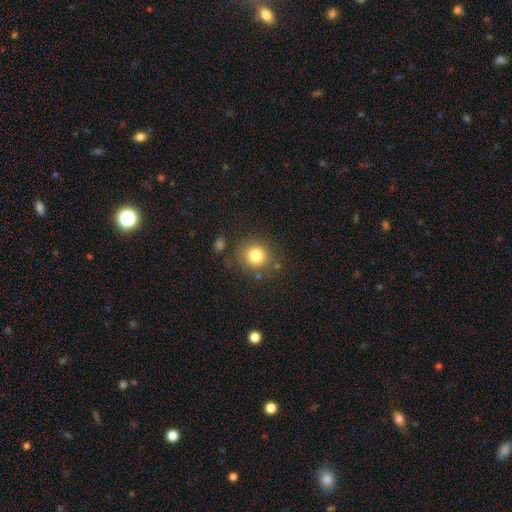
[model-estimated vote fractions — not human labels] Smooth or featured: smooth — 81% (star or artifact — 11%)
How rounded: round — 88% (in between — 11%)
Merging: none — 80% (minor disturbance — 11%)